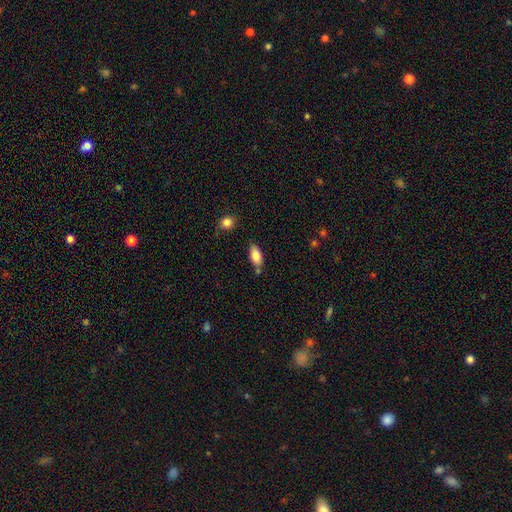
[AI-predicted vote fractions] Overall: smooth (82%). How rounded: in between (87%). Merging: none (70%).